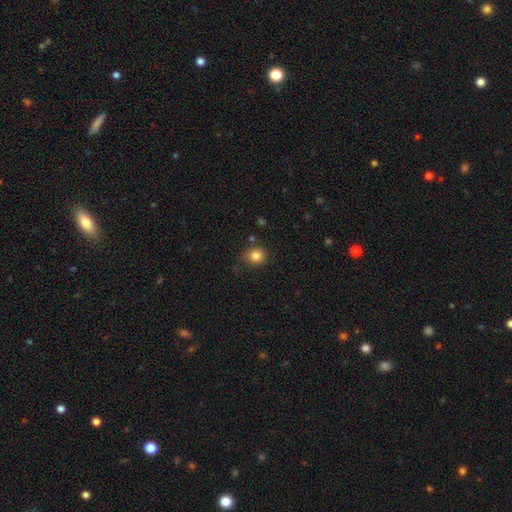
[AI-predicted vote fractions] smooth-or-featured: smooth: 84% | star or artifact: 11% | featured or disk: 5%
  how-rounded: round: 89% | in between: 11% | cigar-shaped: 1%
  merging: none: 80% | minor disturbance: 13% | merger: 4% | major disturbance: 3%